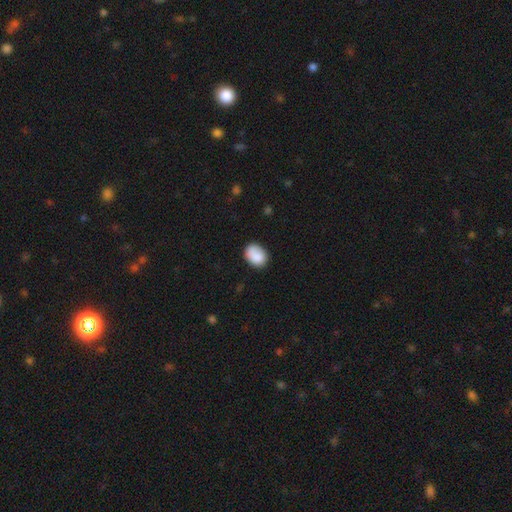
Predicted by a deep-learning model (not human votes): smooth 85%, featured or disk 8%, star or artifact 7%. Down the decision tree: how rounded — in between (67%); merging — none (71%).